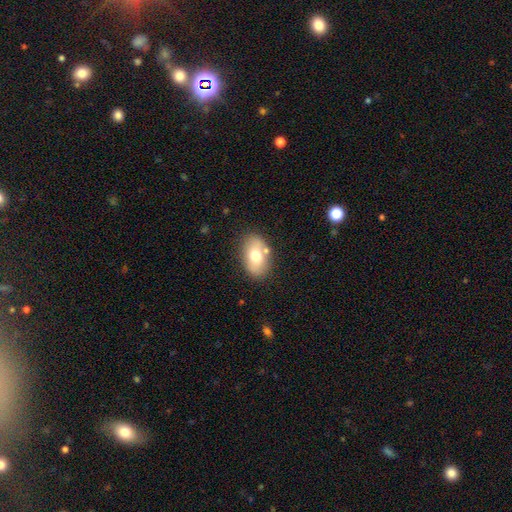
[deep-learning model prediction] Morphology: type=smooth (69%); roundness=in between (89%); merging=none (76%).